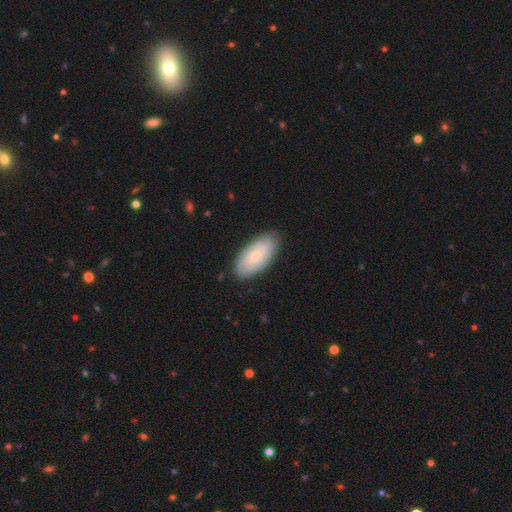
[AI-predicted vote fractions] This is likely a smooth galaxy (73%). How rounded: clearly in between (93%). Merging: clearly none (85%).